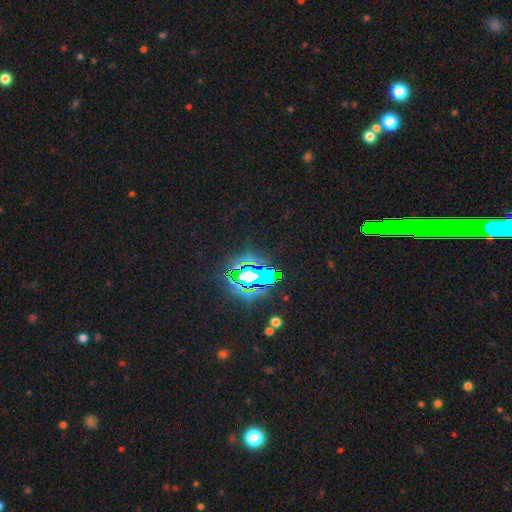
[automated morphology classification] This is clearly a star or artifact rather than a galaxy (80%).